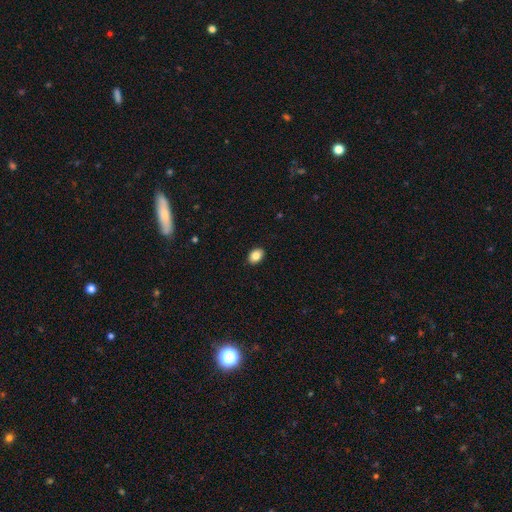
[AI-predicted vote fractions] Smooth or featured? smooth (86%)
How rounded? in between (76%)
Merging? none (90%)